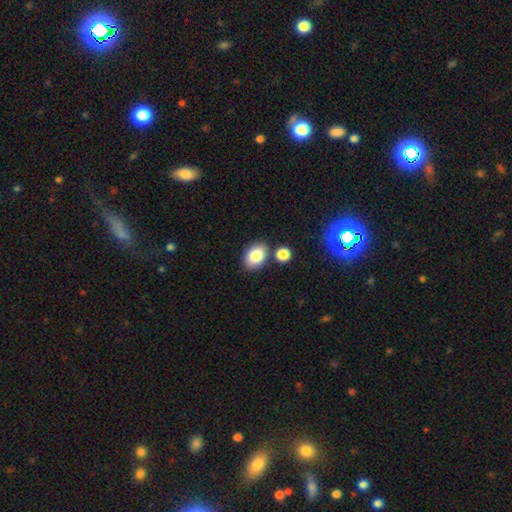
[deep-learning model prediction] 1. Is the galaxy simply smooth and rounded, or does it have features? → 83% smooth, 9% featured or disk, 8% star or artifact.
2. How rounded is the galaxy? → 80% in between, 19% round, 1% cigar-shaped.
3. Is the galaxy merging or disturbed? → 79% none, 10% minor disturbance, 9% merger, 3% major disturbance.